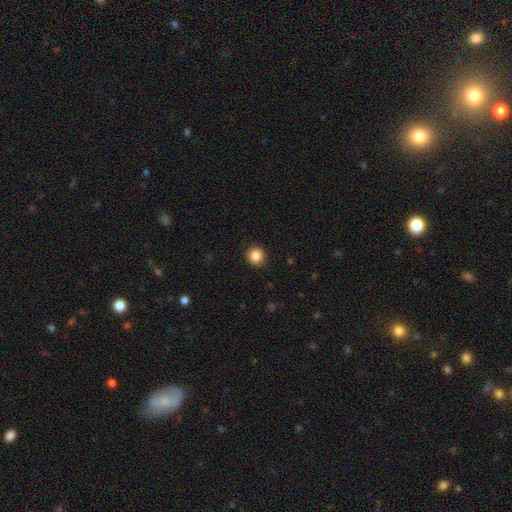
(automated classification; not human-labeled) Smooth or featured?
  - smooth: 87% *
  - star or artifact: 10%
  - featured or disk: 3%
How rounded?
  - round: 91% *
  - in between: 8%
  - cigar-shaped: 1%
Merging?
  - none: 91% *
  - minor disturbance: 6%
  - major disturbance: 2%
  - merger: 1%